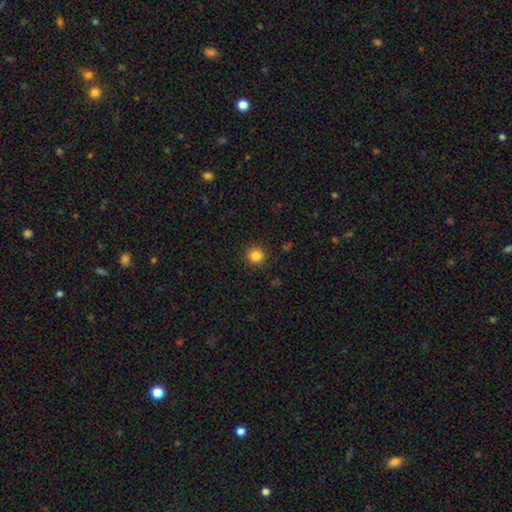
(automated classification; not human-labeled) This appears to be a smooth galaxy with no disk features (84%) that is round (88%). Merging: none (89%).